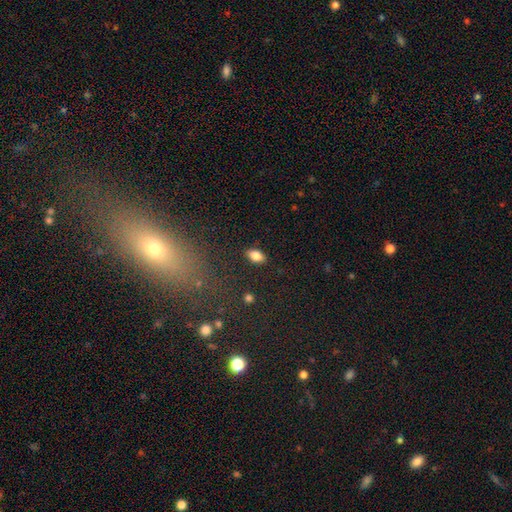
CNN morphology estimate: The model was most divided on "smooth or featured": smooth: 82%, featured or disk: 10%, star or artifact: 9%. More confident: how rounded — in between (90%); merging — none (88%).